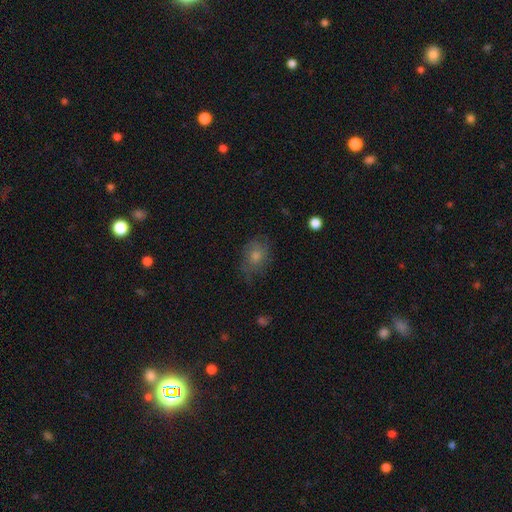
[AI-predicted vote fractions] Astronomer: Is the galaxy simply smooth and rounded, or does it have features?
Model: smooth — 48% (runner-up: featured or disk, 33%).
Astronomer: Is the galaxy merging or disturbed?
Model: none — 69%.